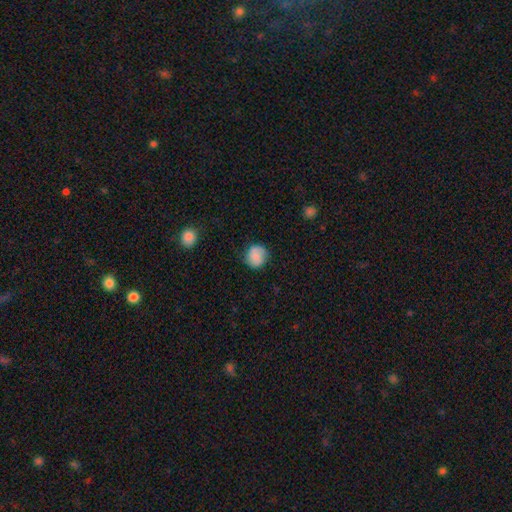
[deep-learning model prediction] Smooth or featured: smooth — 76% (featured or disk — 16%)
How rounded: round — 84% (in between — 15%)
Merging: none — 75% (minor disturbance — 18%)